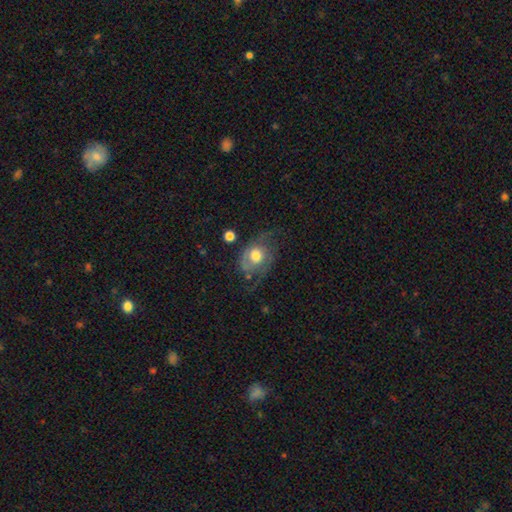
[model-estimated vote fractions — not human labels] Q: Smooth or featured?
A: featured or disk (59%); runner-up: smooth (34%)
Q: Edge-on disk?
A: no (96%); runner-up: yes (4%)
Q: Bar?
A: no (79%); runner-up: weak (18%)
Q: Spiral arms?
A: yes (74%); runner-up: no (26%)
Q: Bulge size?
A: moderate (60%); runner-up: large (28%)
Q: Merging?
A: none (40%); runner-up: major disturbance (32%)